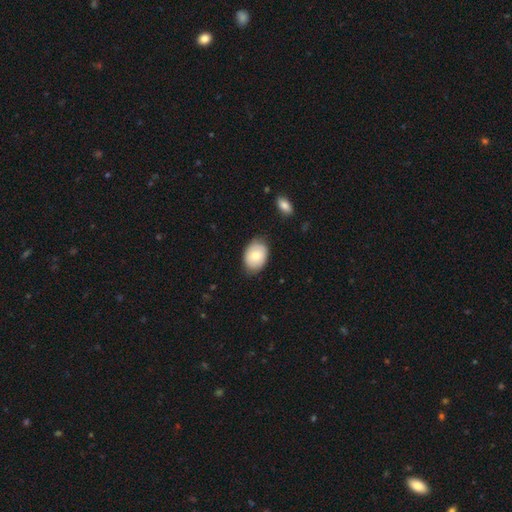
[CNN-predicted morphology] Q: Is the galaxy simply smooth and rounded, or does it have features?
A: smooth — 72%.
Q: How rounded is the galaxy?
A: in between — 73%.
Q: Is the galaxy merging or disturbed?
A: none — 78%.